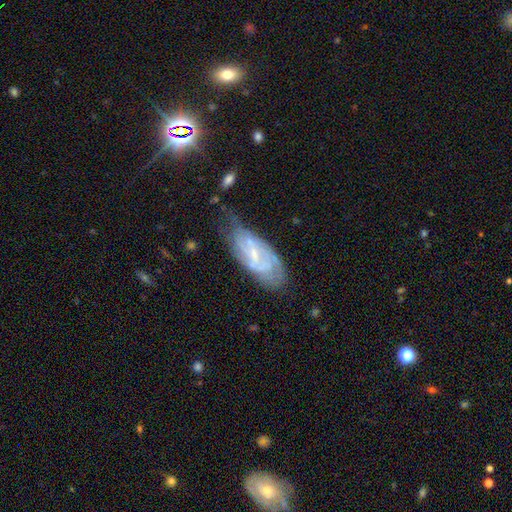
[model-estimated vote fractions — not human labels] This appears to be a featured or disk galaxy (69%) with a weak bar (48%), spiral arms (78%) and a small central bulge (64%). Merging: none (50%).